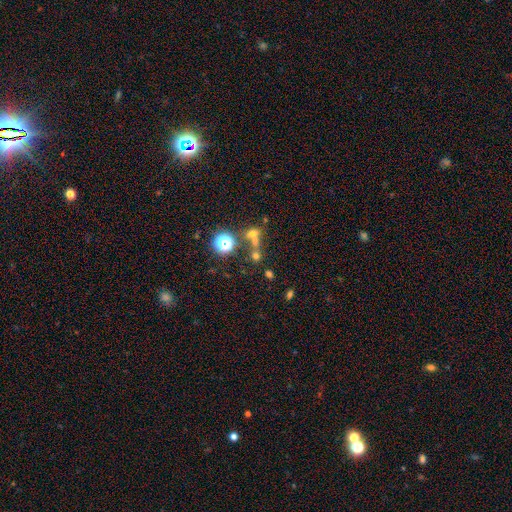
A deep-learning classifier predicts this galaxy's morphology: smooth 52%, star or artifact 35%, featured or disk 14%. Down the decision tree: how rounded — round (80%); merging — none (48%).